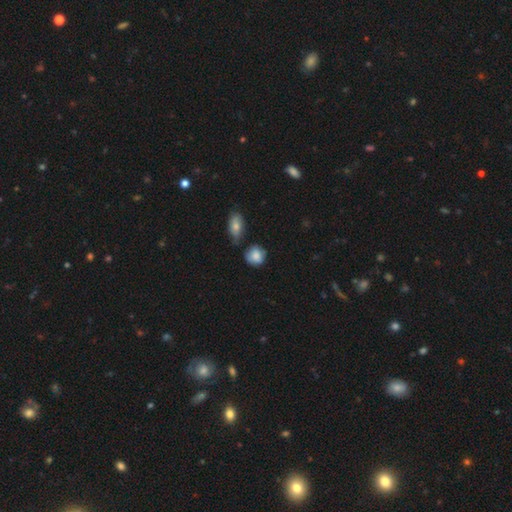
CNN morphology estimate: smooth_or_featured: smooth (p=0.84) [alt: featured or disk p=0.09]
how_rounded: round (p=0.77) [alt: in between p=0.22]
merging: none (p=0.61) [alt: minor disturbance p=0.25]